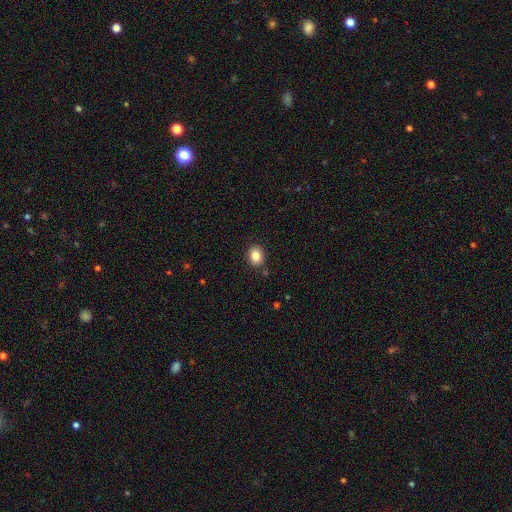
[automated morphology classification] This is clearly a smooth galaxy (85%). How rounded: possibly round (54%). Merging: clearly none (88%).